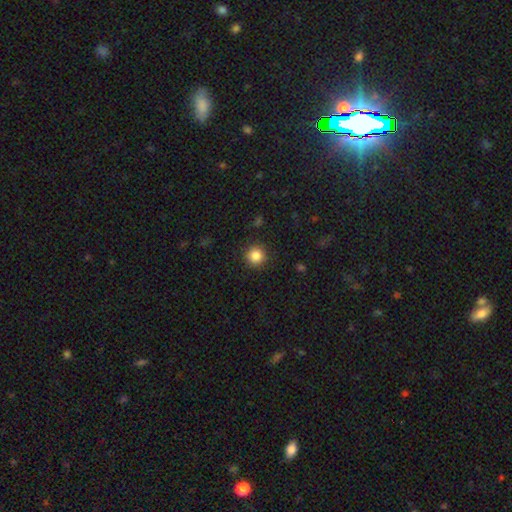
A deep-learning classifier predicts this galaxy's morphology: smooth 85%, star or artifact 11%, featured or disk 4%. Down the decision tree: how rounded — round (95%); merging — none (91%).